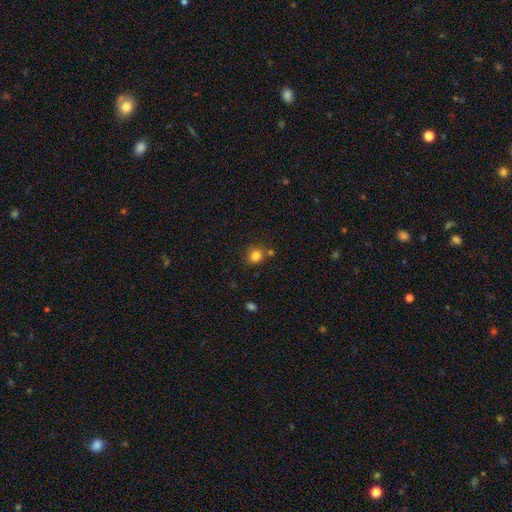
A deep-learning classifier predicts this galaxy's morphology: Smooth or featured: smooth — 83% (star or artifact — 12%)
How rounded: round — 78% (in between — 21%)
Merging: none — 73% (minor disturbance — 13%)